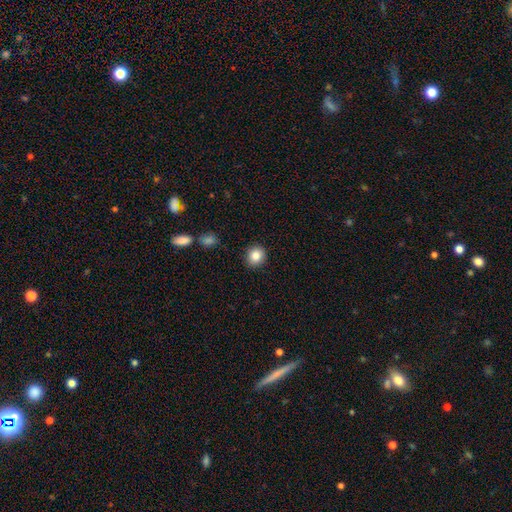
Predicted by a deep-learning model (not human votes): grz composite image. It shows a smooth galaxy with no disk features (85%) that is round (87%). Merging: none (90%).